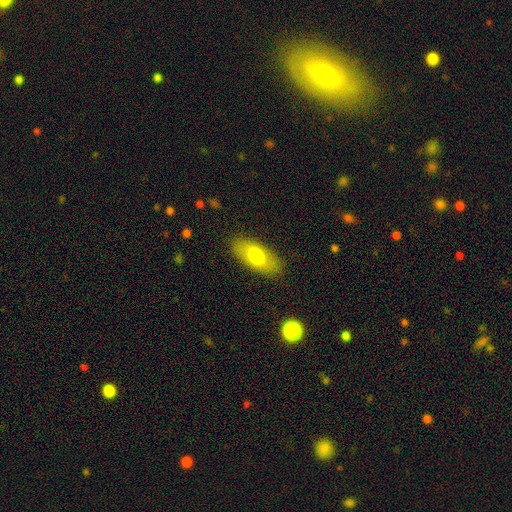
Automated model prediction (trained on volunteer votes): Smooth or featured?
  - smooth: 72% *
  - featured or disk: 22%
  - star or artifact: 6%
How rounded?
  - in between: 88% *
  - cigar-shaped: 9%
  - round: 3%
Merging?
  - none: 85% *
  - minor disturbance: 11%
  - major disturbance: 3%
  - merger: 1%